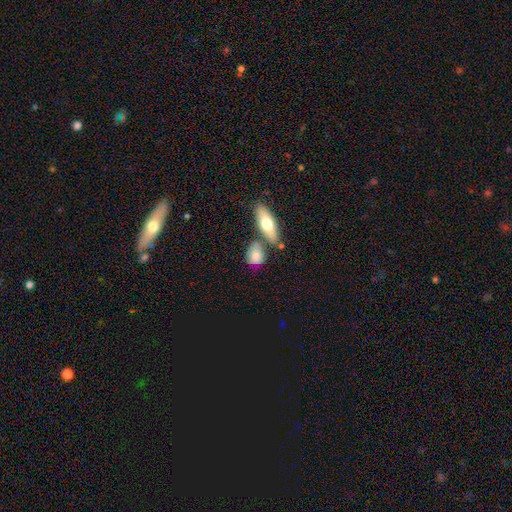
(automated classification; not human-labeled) A smooth galaxy with no disk features (74%) that is in between round and cigar-shaped (64%). Merging: none (51%).